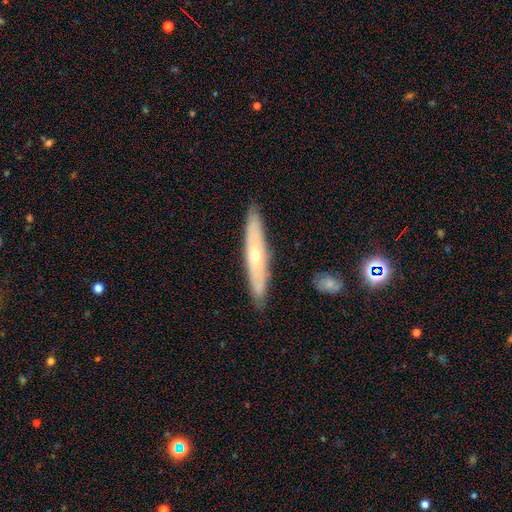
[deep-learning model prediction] smooth_or_featured: featured or disk (p=0.57) [alt: smooth p=0.36]
disk_edge_on: yes (p=0.73) [alt: no p=0.27]
merging: none (p=0.87) [alt: minor disturbance p=0.10]